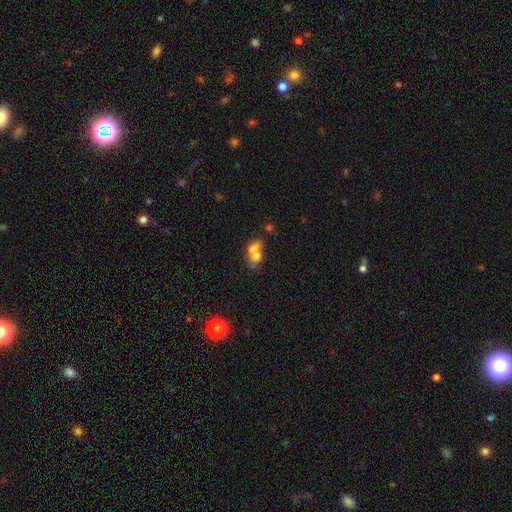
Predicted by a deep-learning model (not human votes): smooth 65%, featured or disk 24%, star or artifact 11%. Down the decision tree: how rounded — in between (60%); merging — merger (65%).